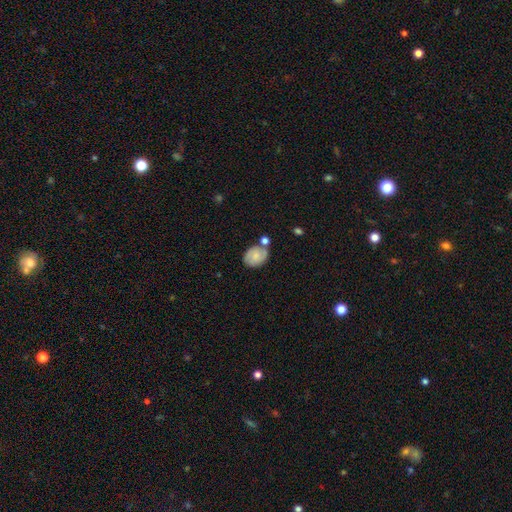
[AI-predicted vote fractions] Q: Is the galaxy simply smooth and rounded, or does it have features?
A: smooth — 67%.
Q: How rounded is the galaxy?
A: in between — 64%.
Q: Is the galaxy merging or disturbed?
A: none — 60%.